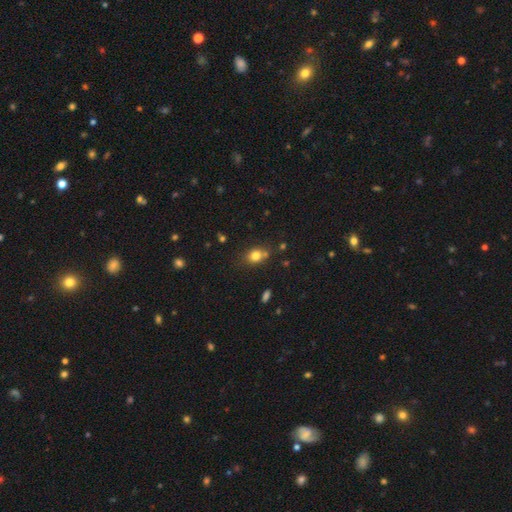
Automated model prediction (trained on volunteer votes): Smooth or featured?
  - smooth: 79% *
  - star or artifact: 13%
  - featured or disk: 8%
How rounded?
  - round: 56% *
  - in between: 43%
  - cigar-shaped: 1%
Merging?
  - none: 66% *
  - minor disturbance: 15%
  - merger: 14%
  - major disturbance: 4%